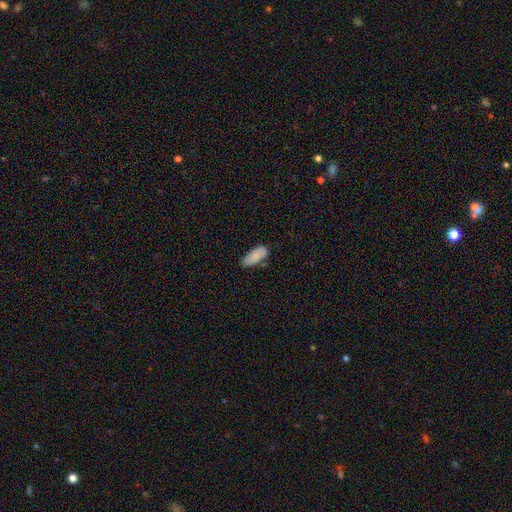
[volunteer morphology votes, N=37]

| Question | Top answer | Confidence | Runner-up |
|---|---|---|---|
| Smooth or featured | smooth | 92% | star or artifact (5%) |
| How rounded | in between | 82% | cigar-shaped (18%) |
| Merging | none | 74% | minor disturbance (20%) |